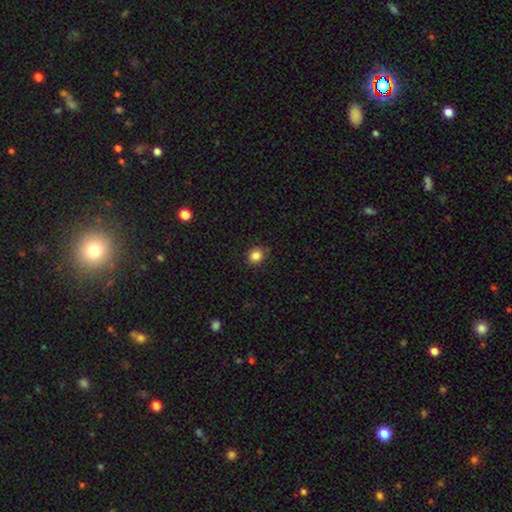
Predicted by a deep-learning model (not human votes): Smooth or featured?
  - smooth: 85% *
  - star or artifact: 11%
  - featured or disk: 4%
How rounded?
  - round: 81% *
  - in between: 18%
  - cigar-shaped: 1%
Merging?
  - none: 83% *
  - minor disturbance: 13%
  - major disturbance: 3%
  - merger: 1%